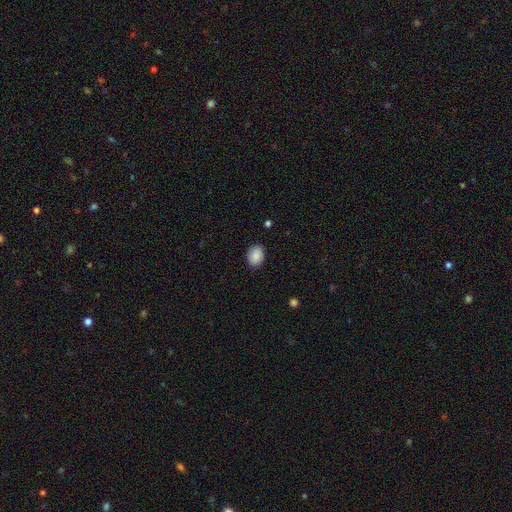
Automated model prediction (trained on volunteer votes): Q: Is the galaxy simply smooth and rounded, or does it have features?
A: smooth — 90%.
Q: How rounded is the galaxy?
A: in between — 71%.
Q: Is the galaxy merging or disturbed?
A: none — 86%.